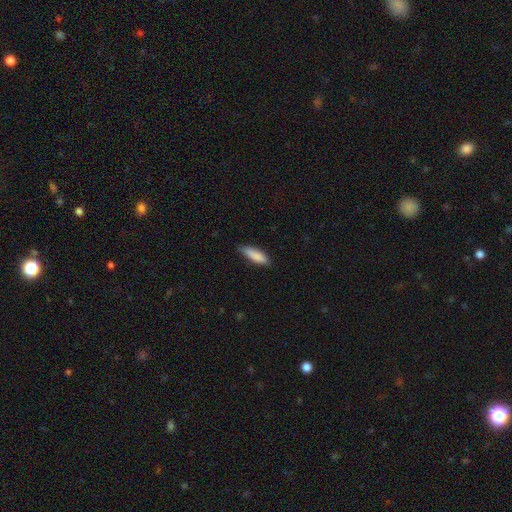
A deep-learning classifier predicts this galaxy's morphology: A smooth galaxy with no disk features (87%) that is cigar-shaped (54%). Merging: none (73%).